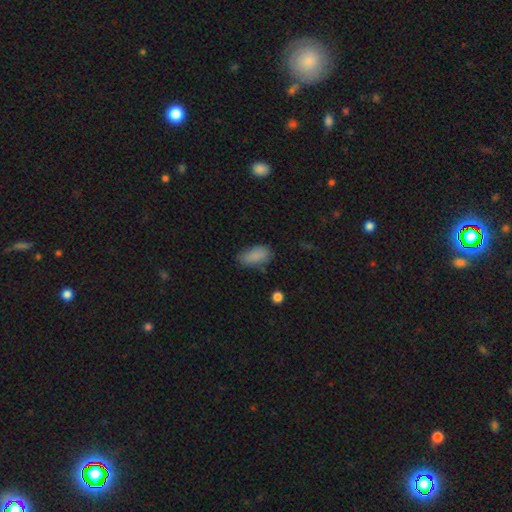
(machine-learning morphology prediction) smooth 86%, star or artifact 8%, featured or disk 6%. Down the decision tree: how rounded — in between (91%); merging — none (69%).